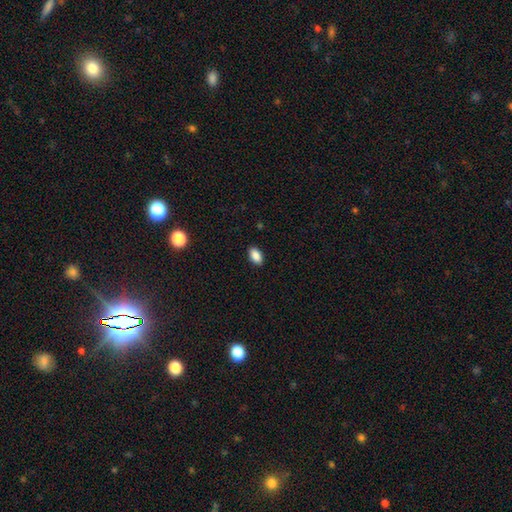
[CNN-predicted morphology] Smooth or featured? Predicted: smooth (p=0.88). How rounded? Predicted: in between (p=0.92). Merging? Predicted: none (p=0.90).